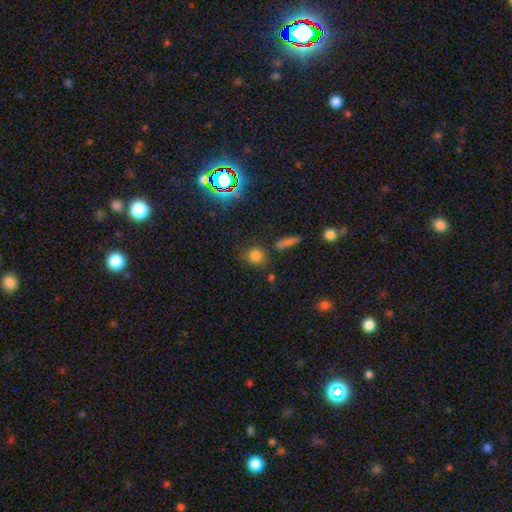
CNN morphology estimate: Smooth or featured?
  - smooth: 76% *
  - star or artifact: 18%
  - featured or disk: 7%
How rounded?
  - round: 84% *
  - in between: 14%
  - cigar-shaped: 2%
Merging?
  - none: 78% *
  - minor disturbance: 12%
  - merger: 6%
  - major disturbance: 4%